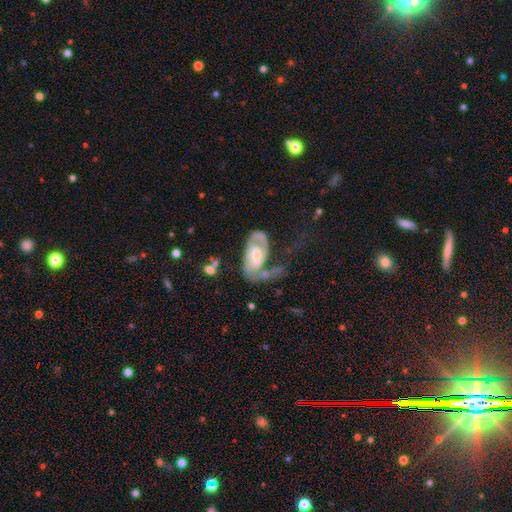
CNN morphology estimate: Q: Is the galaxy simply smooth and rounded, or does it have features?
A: featured or disk — 72%.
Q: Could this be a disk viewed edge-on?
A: no — 95%.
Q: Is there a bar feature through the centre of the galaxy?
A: no — 49%.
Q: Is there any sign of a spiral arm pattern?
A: yes — 81%.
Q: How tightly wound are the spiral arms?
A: medium — 40%, tied with tight.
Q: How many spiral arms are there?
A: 2 — 47%.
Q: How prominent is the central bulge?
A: moderate — 54%.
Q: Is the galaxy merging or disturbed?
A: major disturbance — 37%.